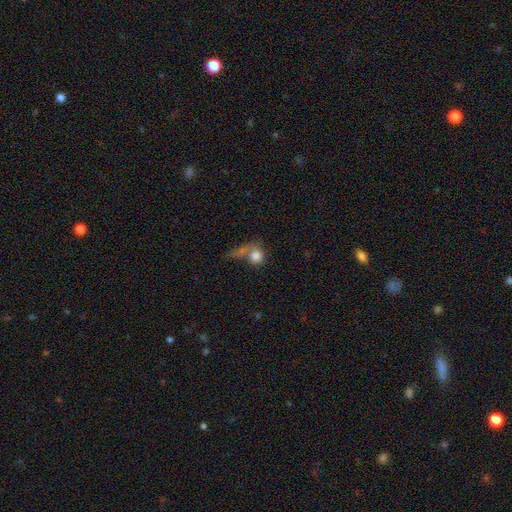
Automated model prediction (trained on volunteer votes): smooth-or-featured: smooth: 79% | featured or disk: 11% | star or artifact: 10%
  how-rounded: round: 78% | in between: 20% | cigar-shaped: 2%
  merging: none: 34% (tied) | merger: 34% (tied) | major disturbance: 18% | minor disturbance: 13%